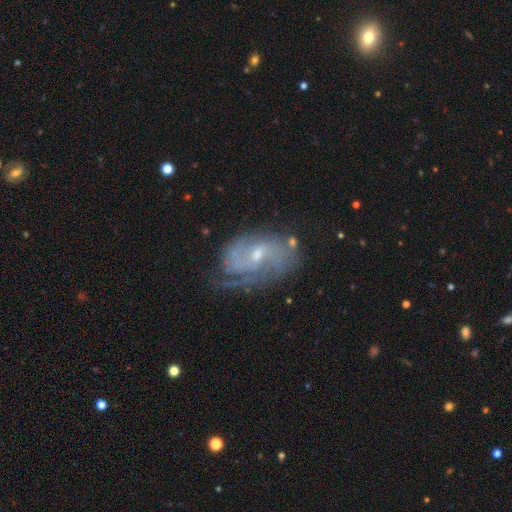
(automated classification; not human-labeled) A featured or disk galaxy (81%) with no bar (49%), 2 (37%) tight (44%) spiral arms (92%) and a small central bulge (59%). Merging: none (58%).